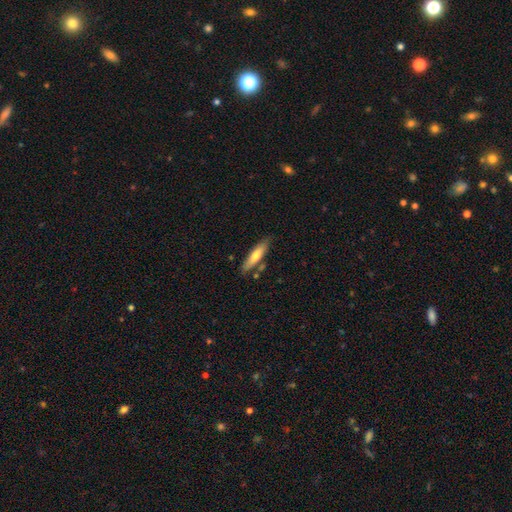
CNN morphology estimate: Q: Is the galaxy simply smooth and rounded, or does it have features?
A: smooth — 67%.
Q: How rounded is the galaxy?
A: cigar-shaped — 75%.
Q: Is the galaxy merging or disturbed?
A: none — 77%.